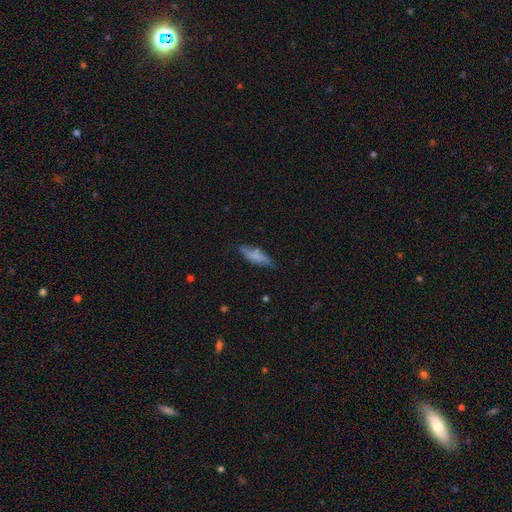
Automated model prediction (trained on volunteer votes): Smooth or featured: smooth — 69% (featured or disk — 24%)
How rounded: cigar-shaped — 51% (in between — 47%)
Merging: none — 66% (minor disturbance — 25%)